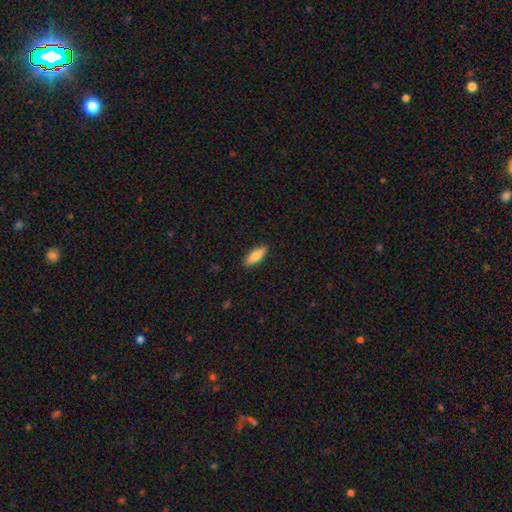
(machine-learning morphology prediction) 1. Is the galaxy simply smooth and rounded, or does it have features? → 80% smooth, 14% featured or disk, 6% star or artifact.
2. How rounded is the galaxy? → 61% in between, 37% cigar-shaped, 2% round.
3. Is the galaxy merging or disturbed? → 88% none, 9% minor disturbance, 2% major disturbance, 1% merger.